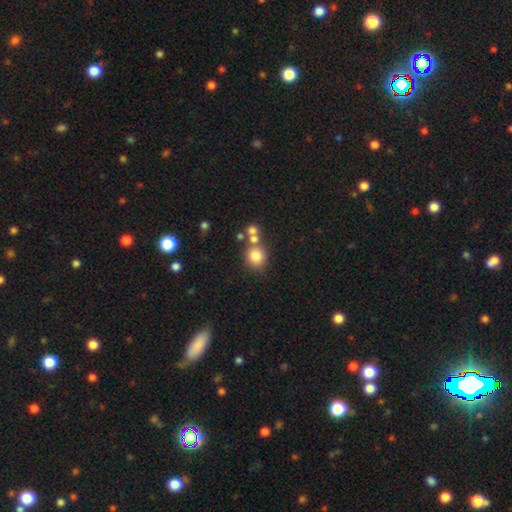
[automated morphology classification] This is likely a smooth galaxy (79%). How rounded: clearly round (84%). Merging: possibly none (58%).